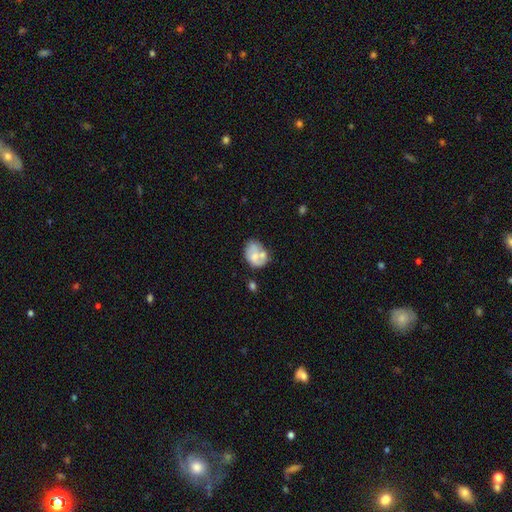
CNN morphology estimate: Q: Smooth or featured?
A: smooth (54%); runner-up: featured or disk (39%)
Q: How rounded?
A: in between (67%); runner-up: round (32%)
Q: Merging?
A: none (37%); runner-up: merger (26%)